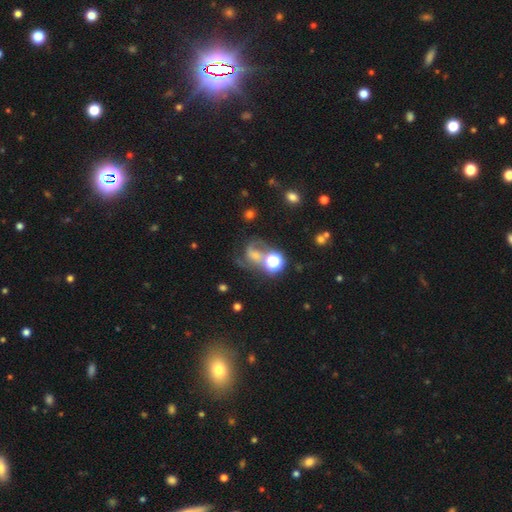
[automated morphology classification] A featured or disk galaxy (48%). Merging: none (45%).